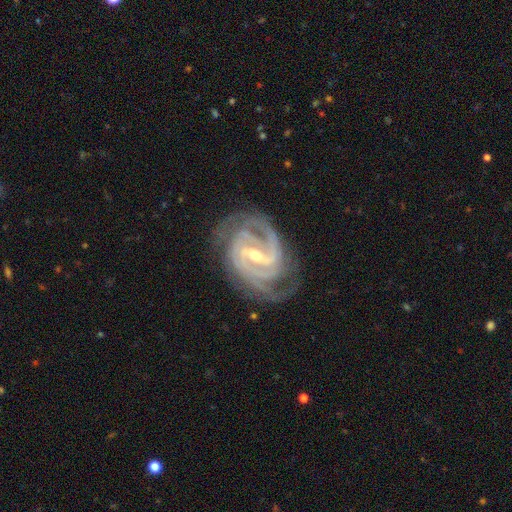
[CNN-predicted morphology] Smooth or featured? featured or disk (93%)
Edge-on disk? no (97%)
Bar? strong (55%)
Spiral arms? yes (99%)
Spiral winding? tight (63%)
Spiral arm count? 3 (36%)
Bulge size? small (48%, tied with moderate)
Merging? none (75%)